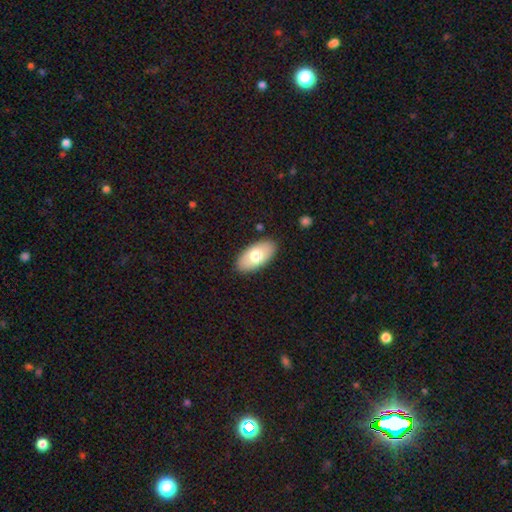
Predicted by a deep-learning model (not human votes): Smooth or featured? Predicted: smooth (p=0.71). How rounded? Predicted: in between (p=0.94). Merging? Predicted: none (p=0.88).